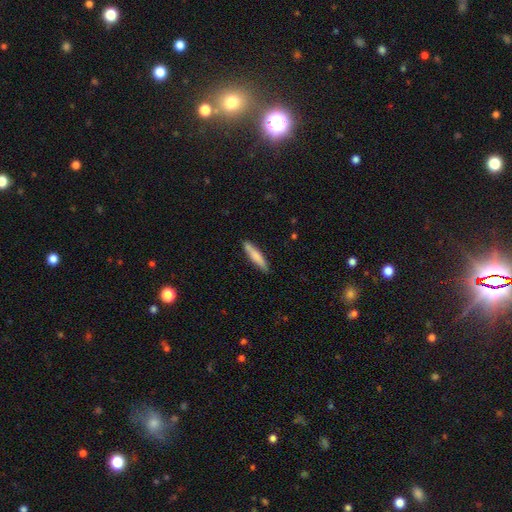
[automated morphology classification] Smooth or featured: smooth — 78% (featured or disk — 17%)
How rounded: cigar-shaped — 87% (in between — 12%)
Merging: none — 83% (minor disturbance — 13%)